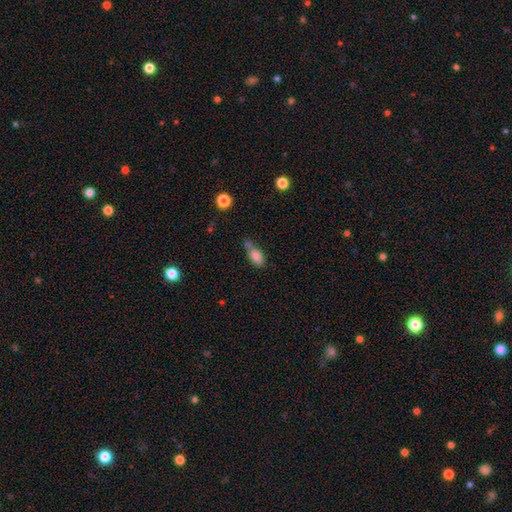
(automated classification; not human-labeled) smooth 81%, featured or disk 10%, star or artifact 9%. Down the decision tree: how rounded — in between (86%); merging — none (40%).